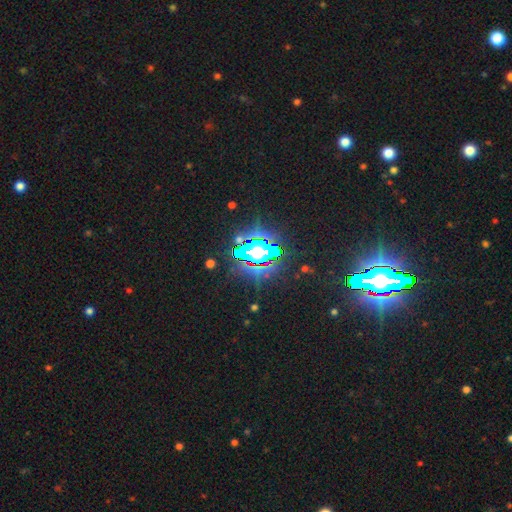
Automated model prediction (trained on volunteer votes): Q: Smooth or featured?
A: star or artifact (85%); runner-up: smooth (8%)